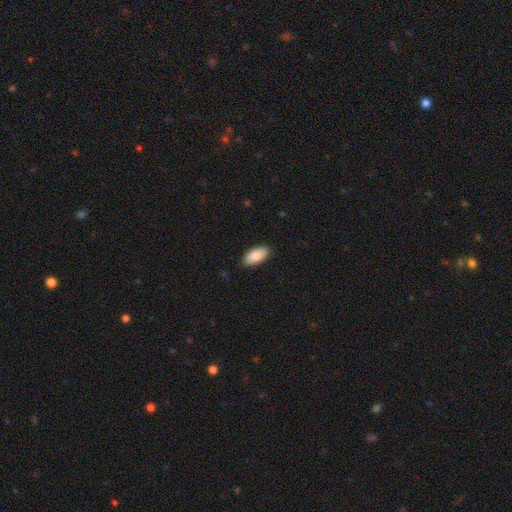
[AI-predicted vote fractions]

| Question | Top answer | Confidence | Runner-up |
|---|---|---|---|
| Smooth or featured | smooth | 87% | featured or disk (7%) |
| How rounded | in between | 92% | cigar-shaped (6%) |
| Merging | none | 88% | minor disturbance (9%) |